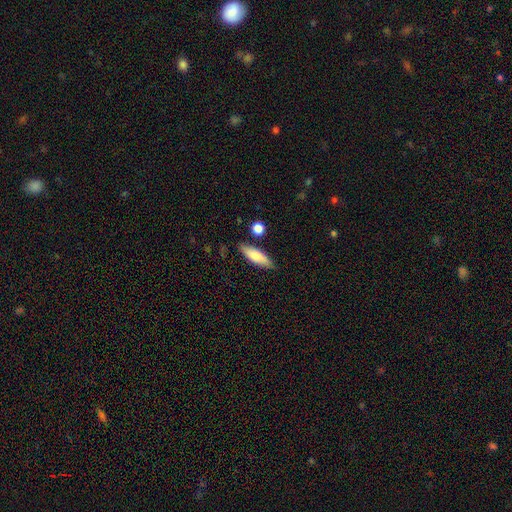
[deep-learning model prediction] smooth-or-featured: smooth: 78% | featured or disk: 16% | star or artifact: 6%
  how-rounded: cigar-shaped: 50% | in between: 48% | round: 2%
  merging: none: 81% | minor disturbance: 12% | merger: 4% | major disturbance: 3%